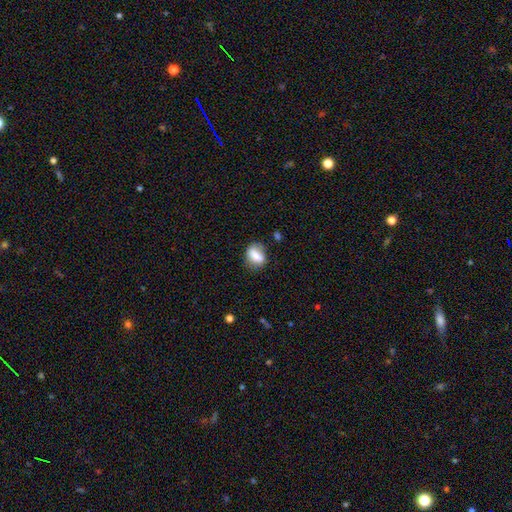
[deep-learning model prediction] This appears to be a smooth galaxy with no disk features (75%) that is in between round and cigar-shaped (64%). Merging: none (68%).